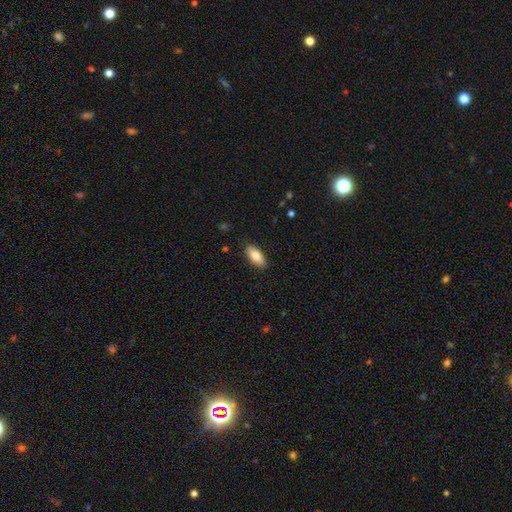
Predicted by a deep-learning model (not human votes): Smooth or featured? Predicted: smooth (p=0.81). How rounded? Predicted: in between (p=0.88). Merging? Predicted: none (p=0.87).